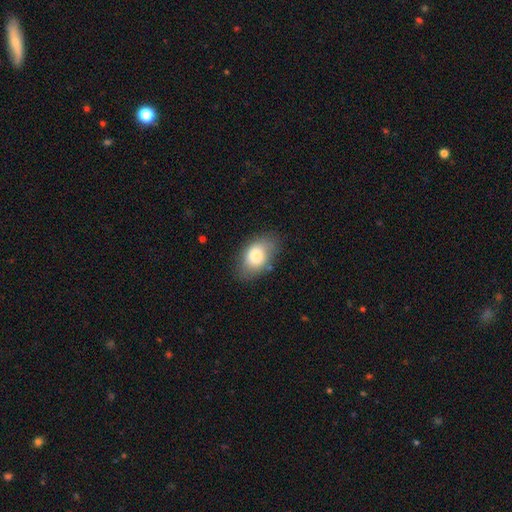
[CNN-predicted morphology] Smooth or featured?
  - smooth: 80% *
  - featured or disk: 13%
  - star or artifact: 7%
How rounded?
  - in between: 88% *
  - round: 11%
  - cigar-shaped: 1%
Merging?
  - none: 76% *
  - minor disturbance: 17%
  - major disturbance: 5%
  - merger: 2%